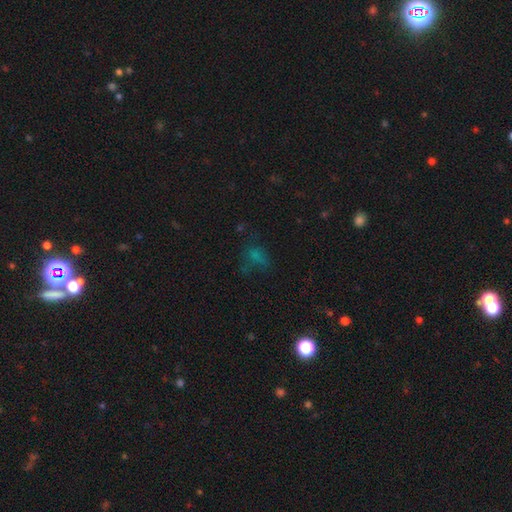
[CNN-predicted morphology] This appears to be a smooth galaxy with no disk features (48%). Merging: none (54%).